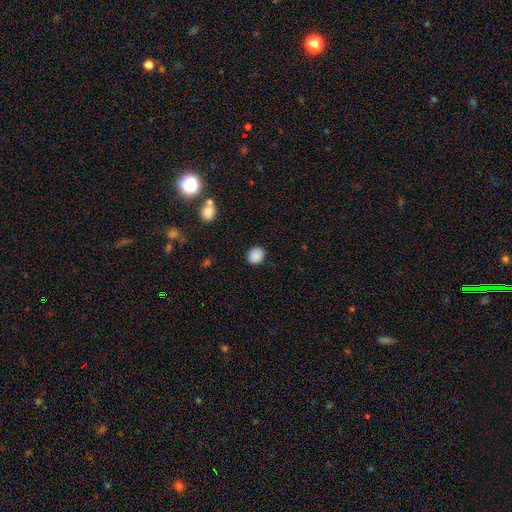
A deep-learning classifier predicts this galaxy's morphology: A smooth galaxy with no disk features (88%) that is round (80%). Merging: none (88%).